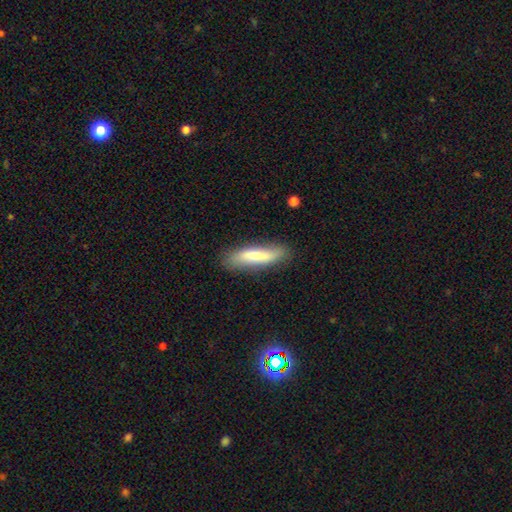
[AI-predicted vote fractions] smooth-or-featured: smooth: 71% | featured or disk: 23% | star or artifact: 6%
  how-rounded: cigar-shaped: 76% | in between: 22% | round: 2%
  merging: none: 81% | minor disturbance: 14% | major disturbance: 3% | merger: 2%